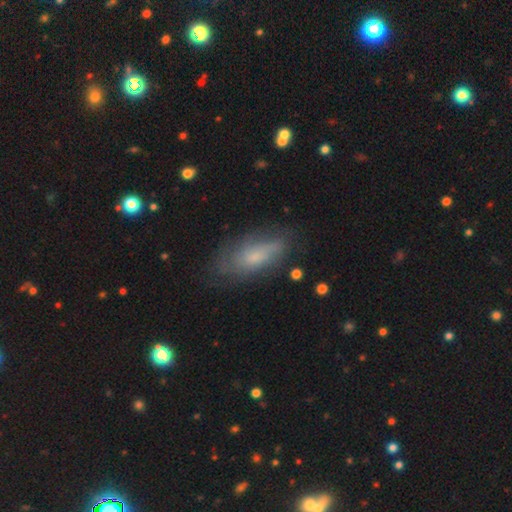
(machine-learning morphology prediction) type=smooth (56%); roundness=in between (80%); merging=none (66%).